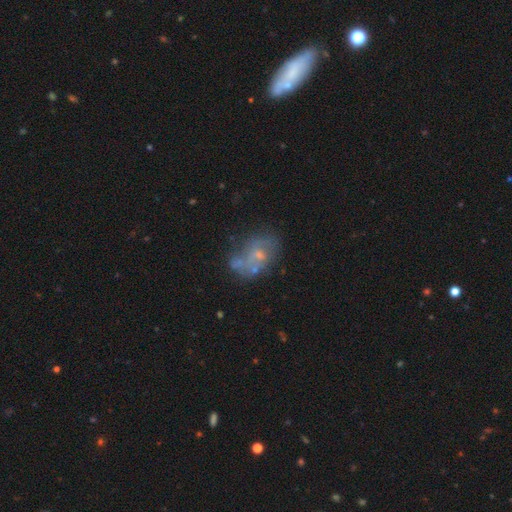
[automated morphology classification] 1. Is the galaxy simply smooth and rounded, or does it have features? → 53% featured or disk, 34% smooth, 14% star or artifact.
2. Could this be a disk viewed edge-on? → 97% no, 3% yes.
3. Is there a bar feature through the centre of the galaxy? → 81% no, 16% weak, 3% strong.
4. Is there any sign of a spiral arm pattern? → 76% no, 24% yes.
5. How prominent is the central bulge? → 48% small, 27% none, 22% moderate, 2% large, 1% dominant.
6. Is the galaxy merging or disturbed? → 40% none, 21% minor disturbance, 20% merger, 18% major disturbance.